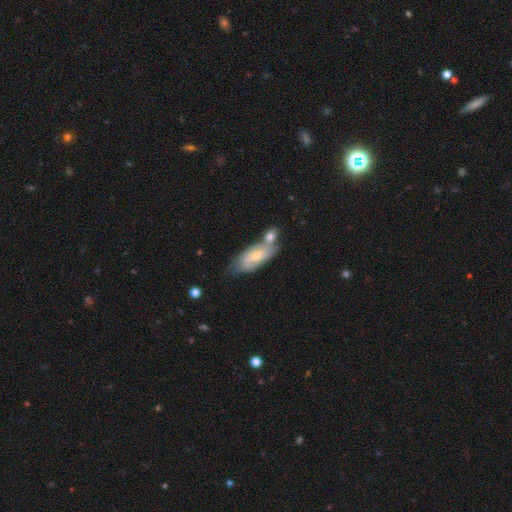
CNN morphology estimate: The model was most divided on "merging": none: 41%, merger: 38%, minor disturbance: 16%, major disturbance: 5%. More confident: how rounded — in between (79%); smooth or featured — smooth (59%).